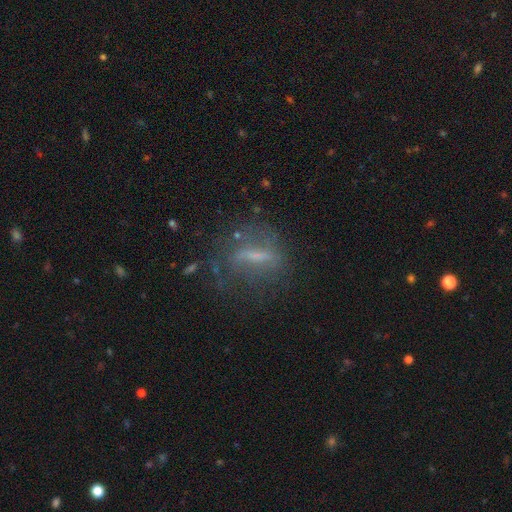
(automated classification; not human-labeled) Overall: featured or disk (57%; smooth 29%). Edge-on disk: no (74%). Merging: none (60%).